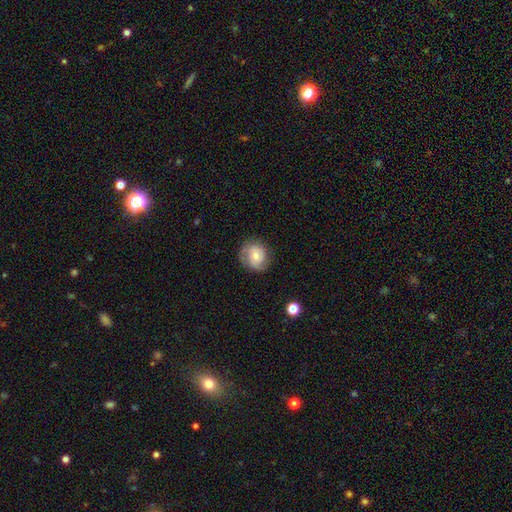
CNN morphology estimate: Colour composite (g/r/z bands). It shows a featured or disk galaxy (46%). Merging: none (73%).